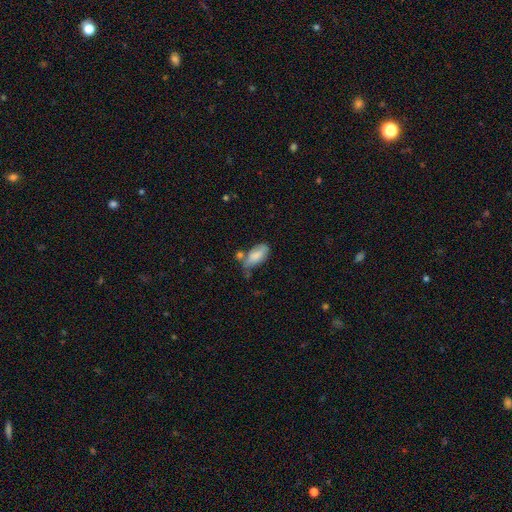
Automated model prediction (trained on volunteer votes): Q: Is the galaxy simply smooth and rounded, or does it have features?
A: smooth — 76%.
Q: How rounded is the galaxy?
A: in between — 89%.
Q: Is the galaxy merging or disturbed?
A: none — 38%.